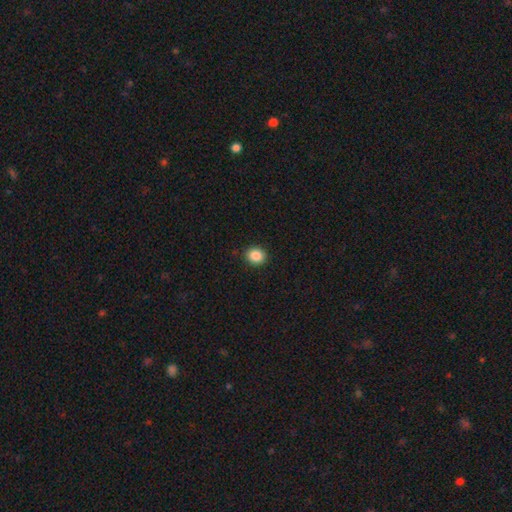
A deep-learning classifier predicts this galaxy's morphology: This appears to be a smooth galaxy with no disk features (87%) that is round (79%). Merging: none (92%).